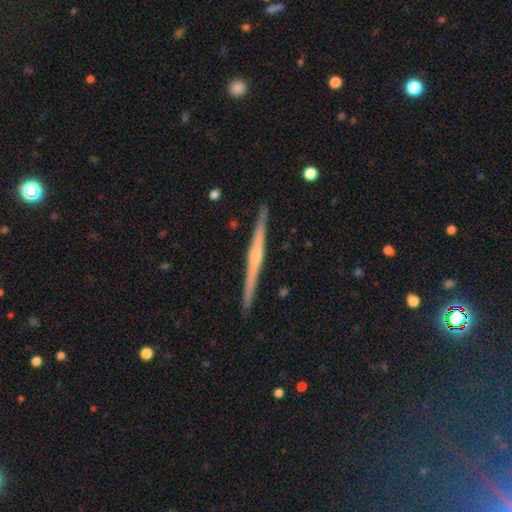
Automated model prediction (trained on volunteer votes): The model was most divided on "edge-on bulge": rounded: 54%, none: 33%, boxy: 13%. More confident: edge-on disk — yes (98%); merging — none (91%); smooth or featured — featured or disk (73%).